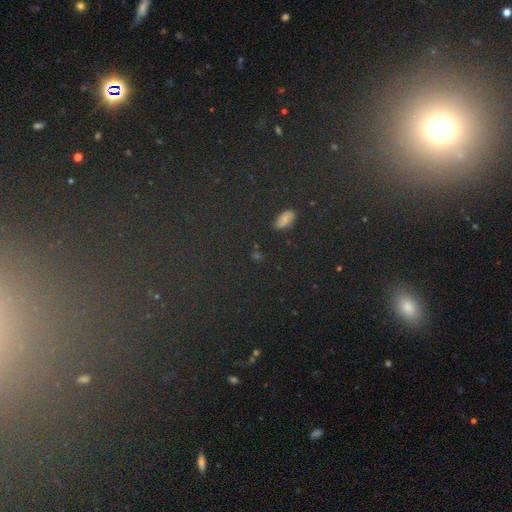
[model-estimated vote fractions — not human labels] This is possibly a star or artifact rather than a galaxy (56%).